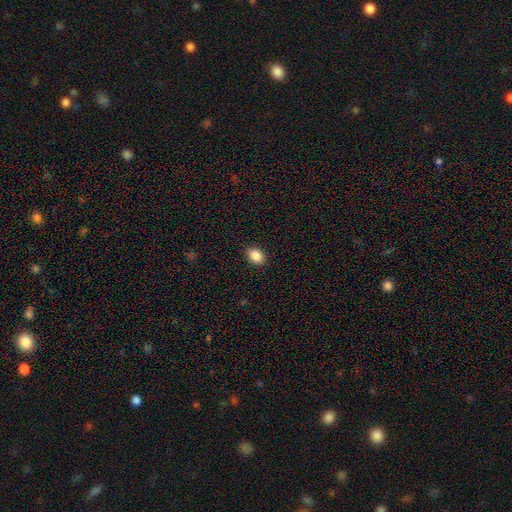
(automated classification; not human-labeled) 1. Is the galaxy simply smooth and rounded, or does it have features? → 87% smooth, 9% star or artifact, 4% featured or disk.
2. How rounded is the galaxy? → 70% in between, 29% round, 1% cigar-shaped.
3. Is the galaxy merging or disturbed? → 90% none, 7% minor disturbance, 2% major disturbance, 1% merger.